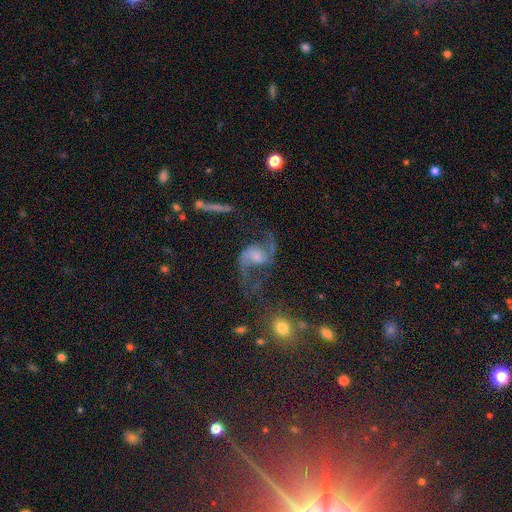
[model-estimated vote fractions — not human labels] This appears to be a featured or disk galaxy (86%) with no bar (50%), 2 (93%) loose (74%) spiral arms (96%) and a small central bulge (41%). Merging: none (62%).